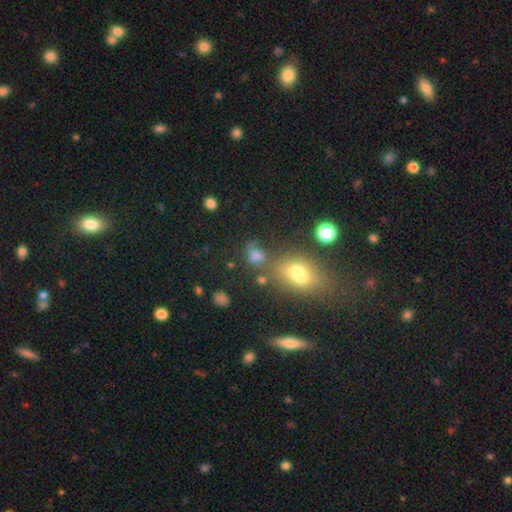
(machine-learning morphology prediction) Smooth or featured?
  - smooth: 65% *
  - star or artifact: 23%
  - featured or disk: 12%
How rounded?
  - in between: 54% *
  - round: 44%
  - cigar-shaped: 3%
Merging?
  - none: 44% *
  - merger: 27%
  - minor disturbance: 17%
  - major disturbance: 12%